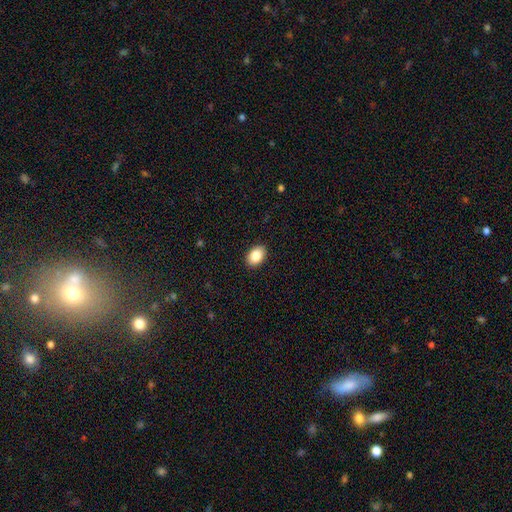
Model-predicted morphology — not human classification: Smooth or featured? smooth (86%)
How rounded? in between (83%)
Merging? none (90%)